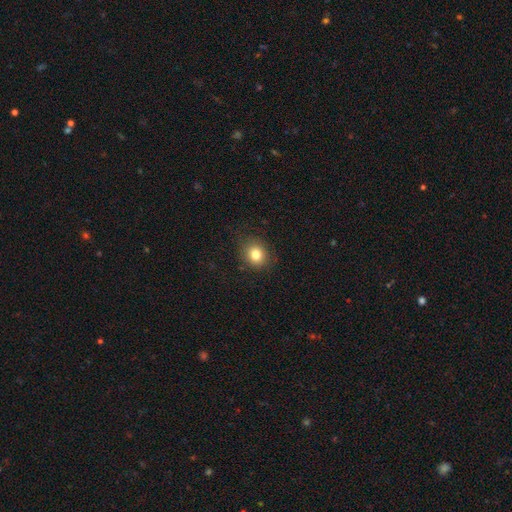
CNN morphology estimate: type=smooth (80%); roundness=round (73%); merging=none (82%).